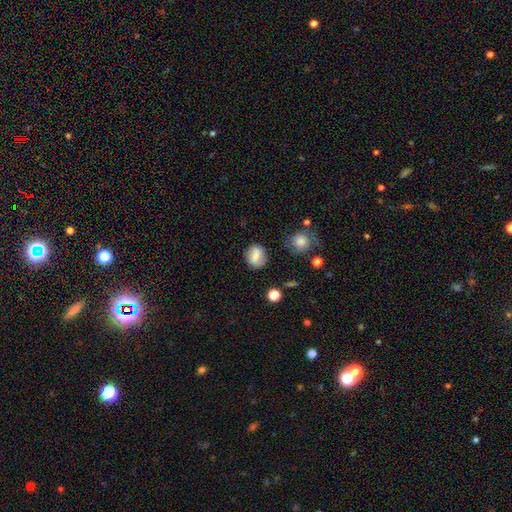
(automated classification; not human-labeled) Smooth or featured? smooth (69%)
How rounded? round (60%)
Merging? none (75%)